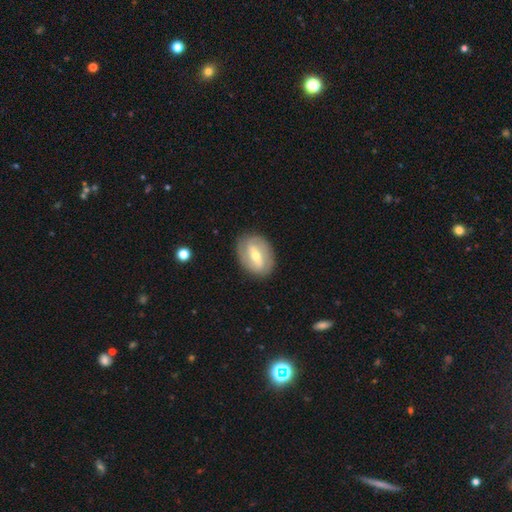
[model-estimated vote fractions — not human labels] Smooth or featured? featured or disk (69%)
Edge-on disk? no (92%)
Bar? strong (50%)
Spiral arms? yes (65%)
Bulge size? moderate (61%)
Merging? none (83%)